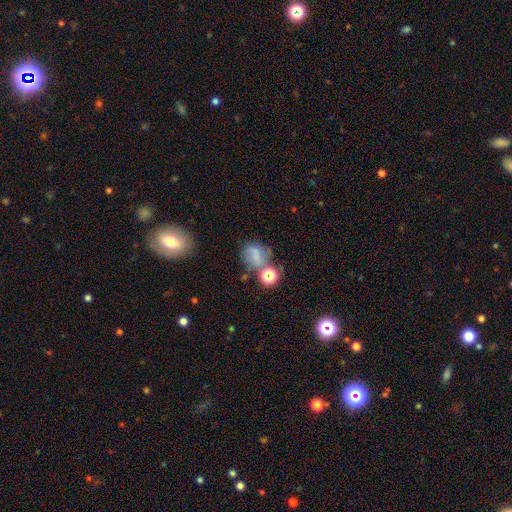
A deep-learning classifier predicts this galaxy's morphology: smooth 59%, star or artifact 21%, featured or disk 20%. Down the decision tree: how rounded — round (62%); merging — none (44%).